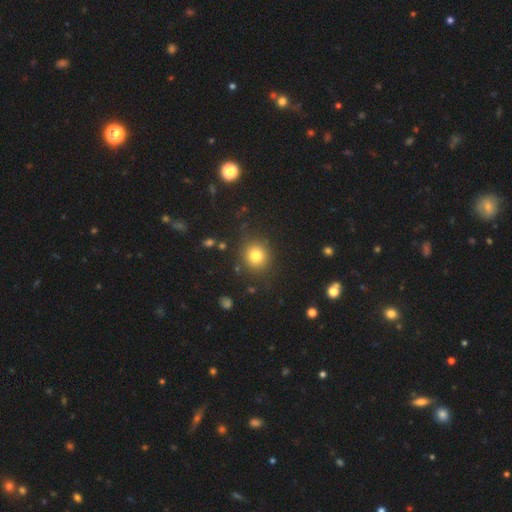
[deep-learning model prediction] Smooth or featured?
  - smooth: 79% *
  - star or artifact: 13%
  - featured or disk: 8%
How rounded?
  - round: 87% *
  - in between: 12%
  - cigar-shaped: 1%
Merging?
  - none: 86% *
  - minor disturbance: 9%
  - major disturbance: 3%
  - merger: 2%